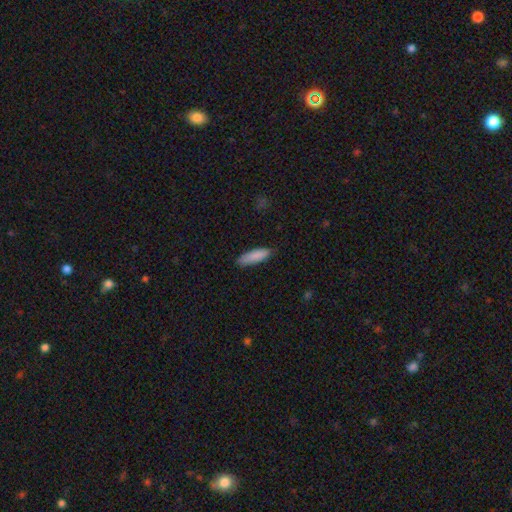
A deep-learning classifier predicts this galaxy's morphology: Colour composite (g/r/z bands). It shows a smooth galaxy with no disk features (87%) that is cigar-shaped (53%). Merging: none (84%).